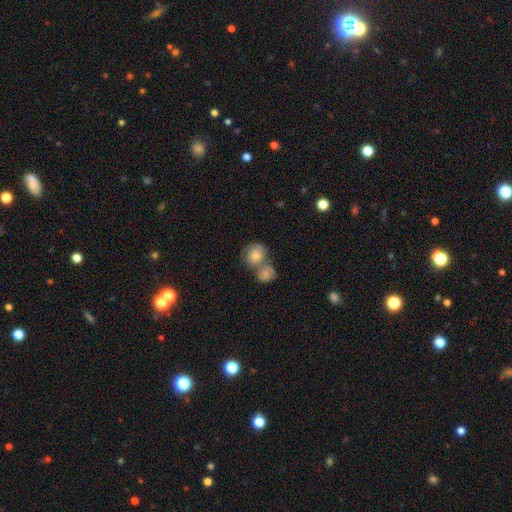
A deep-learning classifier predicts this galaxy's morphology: Smooth or featured? Predicted: smooth (p=0.58). How rounded? Predicted: round (p=0.75). Merging? Predicted: merger (p=0.49).